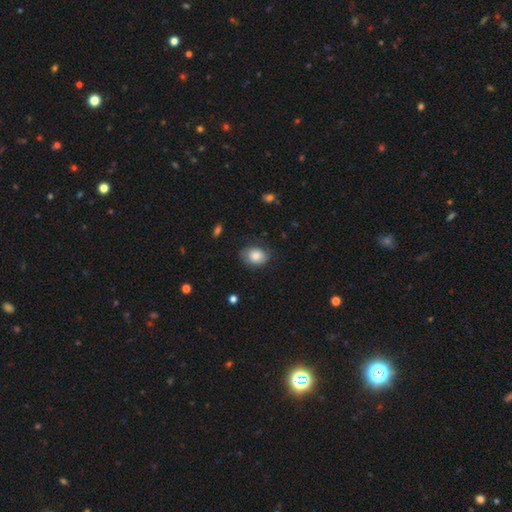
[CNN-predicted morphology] type=smooth (76%); roundness=in between (60%); merging=none (73%).